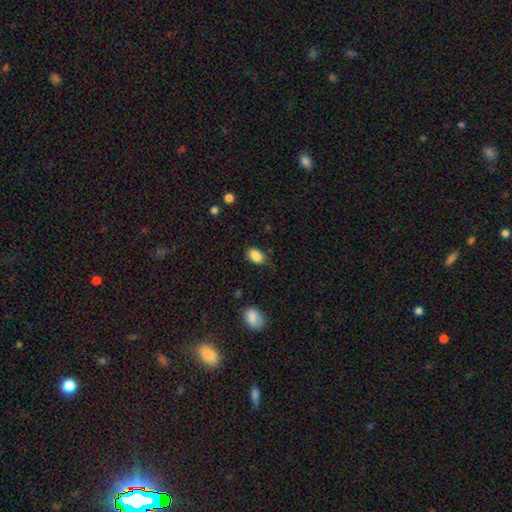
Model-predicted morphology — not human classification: Smooth or featured? smooth (86%)
How rounded? in between (85%)
Merging? none (73%)